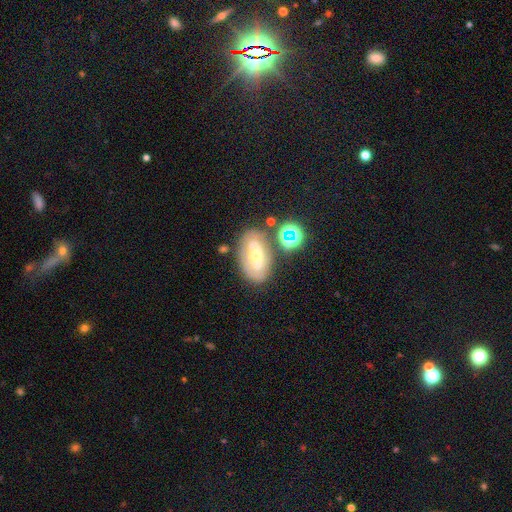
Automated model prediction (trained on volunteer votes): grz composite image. It shows a featured or disk galaxy (61%) with no bar (42%), spiral arms (55%) and a moderate central bulge (58%). Merging: none (69%).